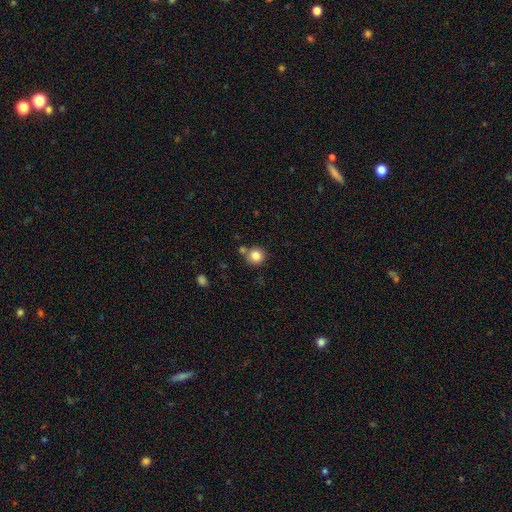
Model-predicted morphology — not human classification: Smooth or featured? smooth (83%)
How rounded? round (92%)
Merging? none (72%)